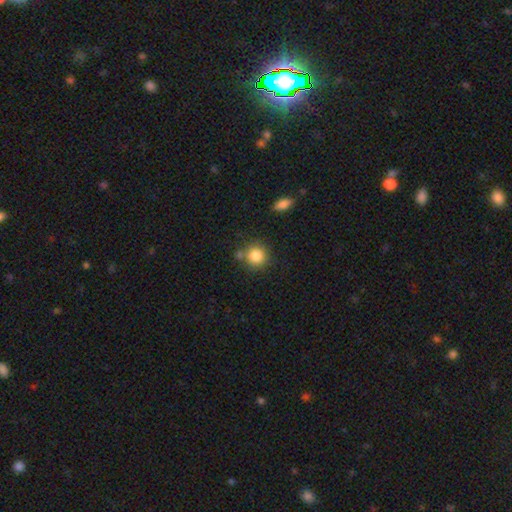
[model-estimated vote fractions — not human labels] A smooth galaxy with no disk features (85%) that is round (90%).

Vote fractions:
- Smooth or featured? smooth: 85% / star or artifact: 10% / featured or disk: 6%
- How rounded? round: 90% / in between: 9% / cigar-shaped: 1%
- Merging? none: 73% / merger: 13% / minor disturbance: 11% / major disturbance: 3%